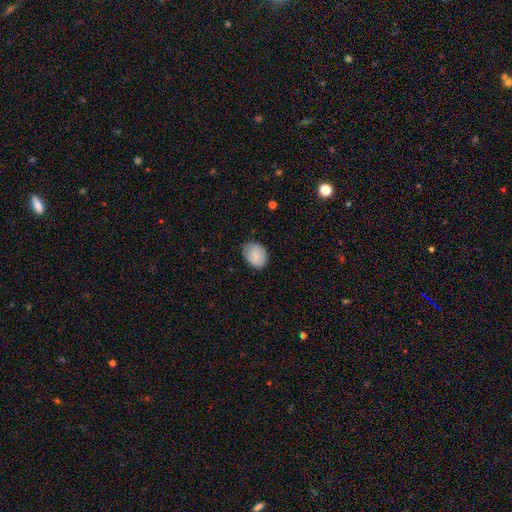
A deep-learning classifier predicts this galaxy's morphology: This appears to be a smooth galaxy with no disk features (87%) that is in between round and cigar-shaped (66%). Merging: none (76%).